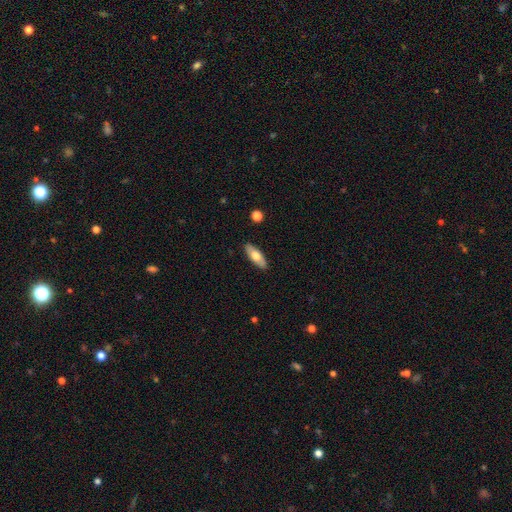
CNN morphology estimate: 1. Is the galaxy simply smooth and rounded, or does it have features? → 64% smooth, 31% featured or disk, 6% star or artifact.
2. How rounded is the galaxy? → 70% in between, 27% cigar-shaped, 2% round.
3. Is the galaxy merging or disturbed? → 88% none, 9% minor disturbance, 2% major disturbance, 1% merger.